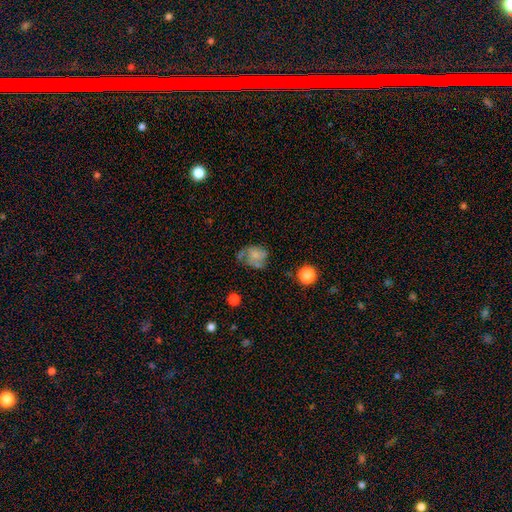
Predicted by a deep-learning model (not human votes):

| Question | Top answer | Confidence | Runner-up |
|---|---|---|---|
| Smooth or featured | smooth | 50% | featured or disk (38%) |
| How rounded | round | 52% | in between (47%) |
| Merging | none | 42% | minor disturbance (27%) |